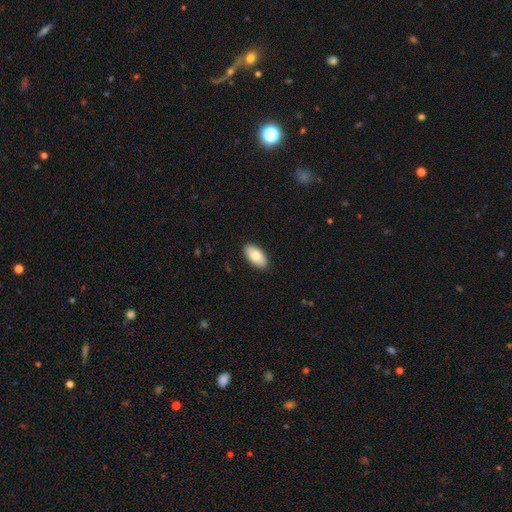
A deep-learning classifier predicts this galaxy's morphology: type=smooth (80%); roundness=in between (94%); merging=none (89%).